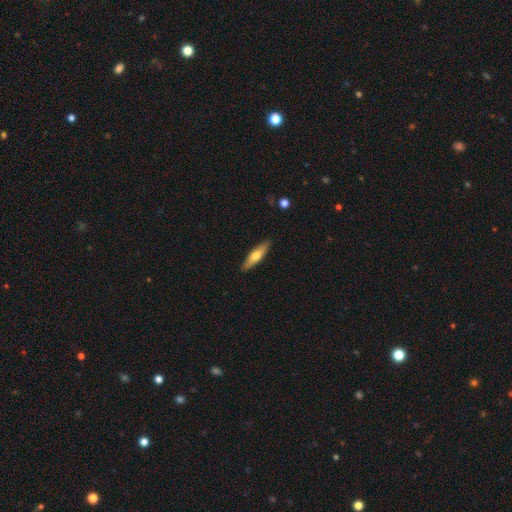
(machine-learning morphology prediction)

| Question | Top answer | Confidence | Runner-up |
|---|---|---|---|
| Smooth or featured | smooth | 56% | featured or disk (38%) |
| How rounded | cigar-shaped | 72% | in between (26%) |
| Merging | none | 90% | minor disturbance (7%) |